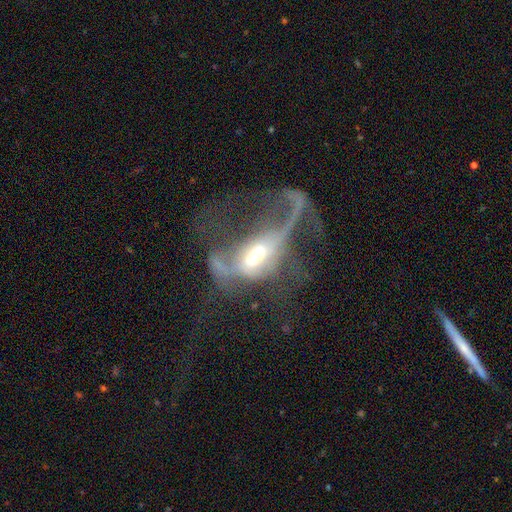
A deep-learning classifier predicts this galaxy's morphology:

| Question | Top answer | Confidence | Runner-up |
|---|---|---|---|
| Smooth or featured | featured or disk | 63% | smooth (27%) |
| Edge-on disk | no | 85% | yes (15%) |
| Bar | no | 53% | weak (28%) |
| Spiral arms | no | 61% | yes (39%) |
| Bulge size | moderate | 60% | large (19%) |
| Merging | major disturbance | 67% | none (12%) |